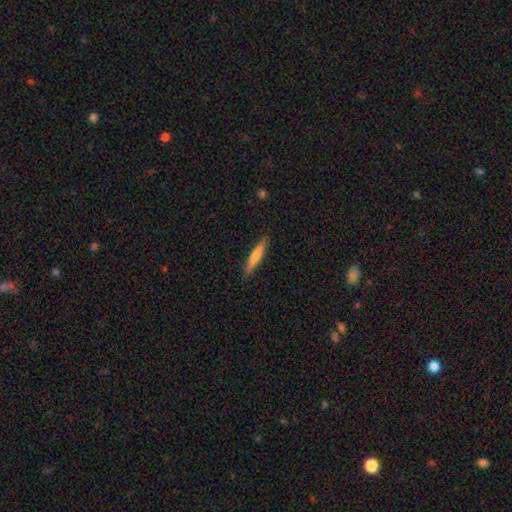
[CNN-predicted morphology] Smooth or featured? smooth (71%)
How rounded? cigar-shaped (90%)
Merging? none (86%)